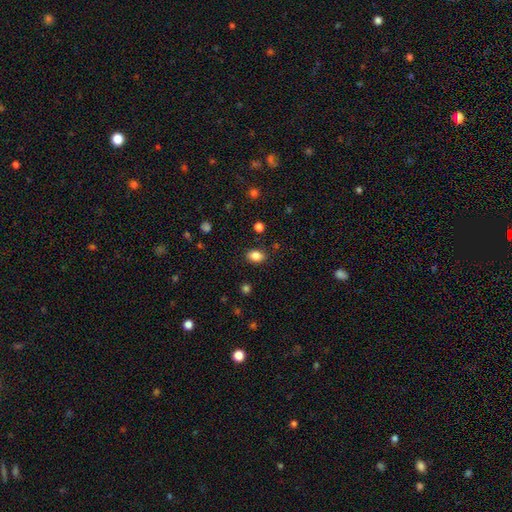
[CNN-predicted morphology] Overall: smooth (84%). How rounded: in between (80%). Merging: none (85%).